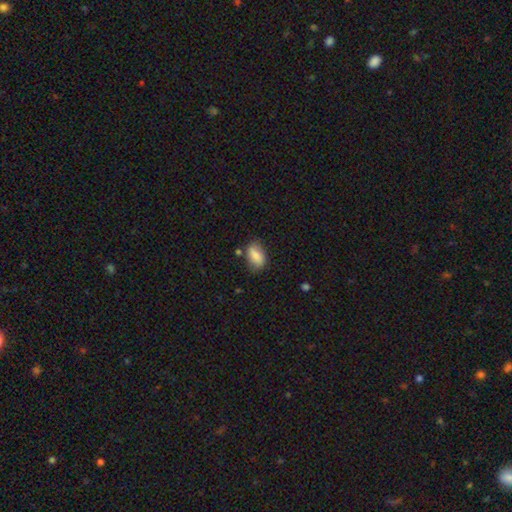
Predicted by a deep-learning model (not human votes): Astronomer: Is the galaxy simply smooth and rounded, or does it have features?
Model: smooth — 78%.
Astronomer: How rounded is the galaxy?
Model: in between — 88%.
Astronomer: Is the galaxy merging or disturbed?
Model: none — 71%.